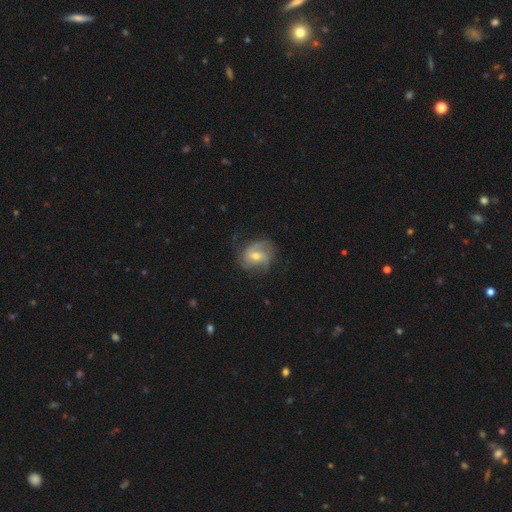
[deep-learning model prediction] This is likely a featured or disk galaxy (68%). It is clearly not viewed edge-on (97%). Bar: possibly no (49%). Spiral arm pattern: clearly yes (88%). Spiral arm count: marginally 2 (34%). Spiral winding: marginally medium (44%). Central bulge: possibly moderate (60%). Merging: likely none (62%).